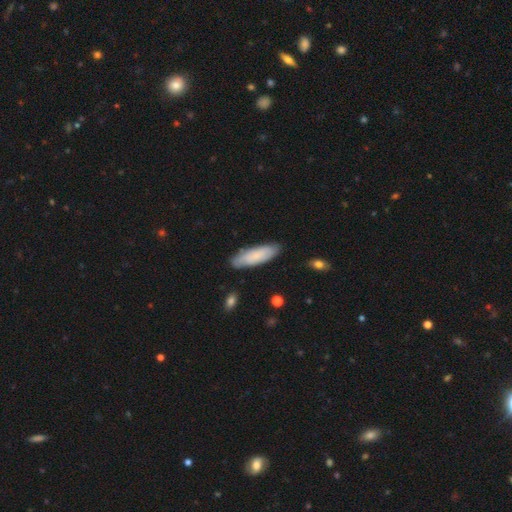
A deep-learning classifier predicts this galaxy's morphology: Smooth or featured: smooth — 76% (featured or disk — 19%)
How rounded: cigar-shaped — 51% (in between — 48%)
Merging: none — 83% (minor disturbance — 13%)